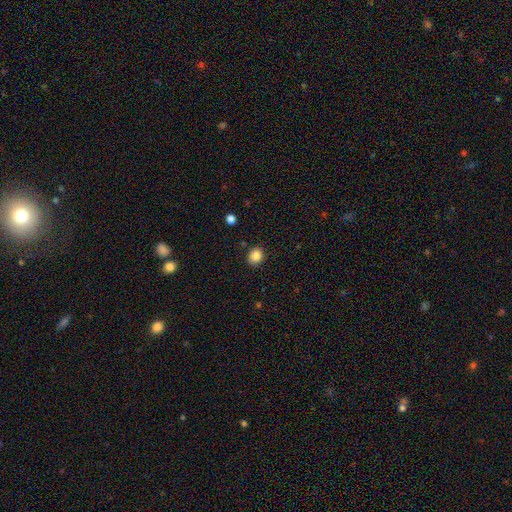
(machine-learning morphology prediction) Q: Smooth or featured?
A: smooth (86%); runner-up: star or artifact (10%)
Q: How rounded?
A: round (70%); runner-up: in between (29%)
Q: Merging?
A: none (88%); runner-up: minor disturbance (8%)